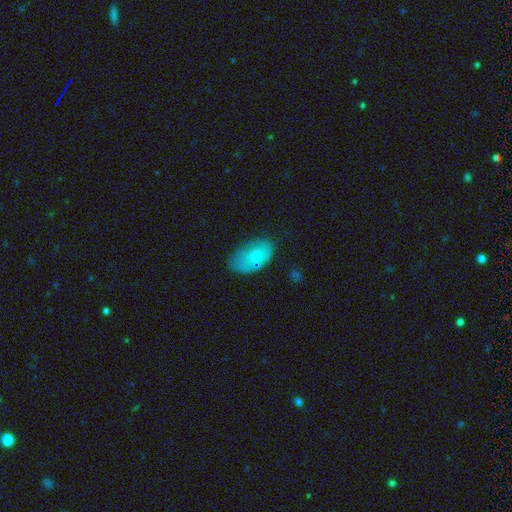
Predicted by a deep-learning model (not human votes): smooth-or-featured: smooth: 75% | featured or disk: 17% | star or artifact: 8%
  how-rounded: in between: 93% | round: 5% | cigar-shaped: 2%
  merging: none: 60% | minor disturbance: 27% | major disturbance: 9% | merger: 5%